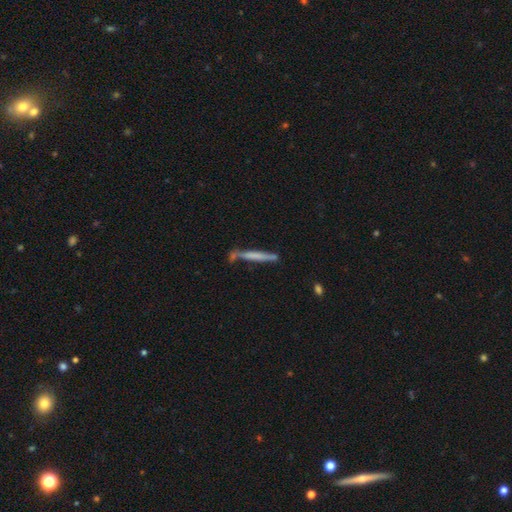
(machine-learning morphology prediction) type=smooth (55%); roundness=cigar-shaped (96%); merging=none (67%).